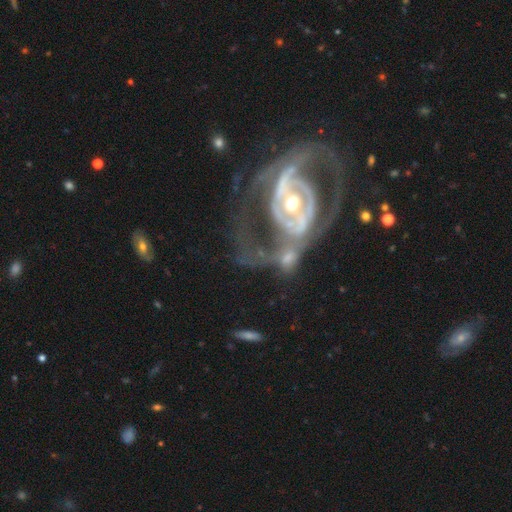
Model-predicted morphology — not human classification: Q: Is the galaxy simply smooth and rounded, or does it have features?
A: featured or disk — 86%.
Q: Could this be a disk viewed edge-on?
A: no — 96%.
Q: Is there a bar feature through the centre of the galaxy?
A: no — 37%.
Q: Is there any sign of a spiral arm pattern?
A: yes — 76%.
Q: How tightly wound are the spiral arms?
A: medium — 41%.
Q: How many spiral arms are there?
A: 2 — 66%.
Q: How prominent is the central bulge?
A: moderate — 61%.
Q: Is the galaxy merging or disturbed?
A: none — 33%.